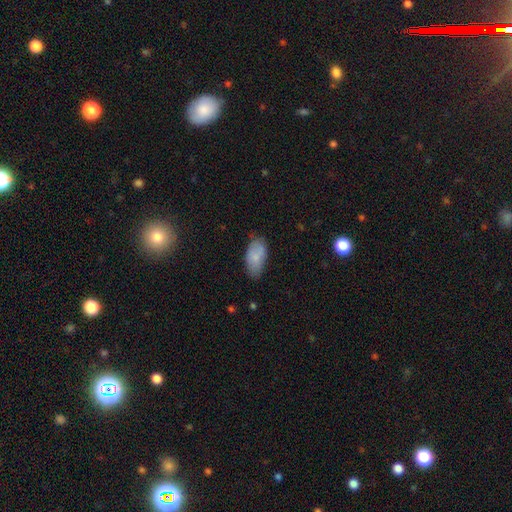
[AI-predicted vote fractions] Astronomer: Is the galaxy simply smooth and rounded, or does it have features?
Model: smooth — 81%.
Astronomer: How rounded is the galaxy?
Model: in between — 94%.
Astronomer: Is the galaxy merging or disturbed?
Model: none — 67%.